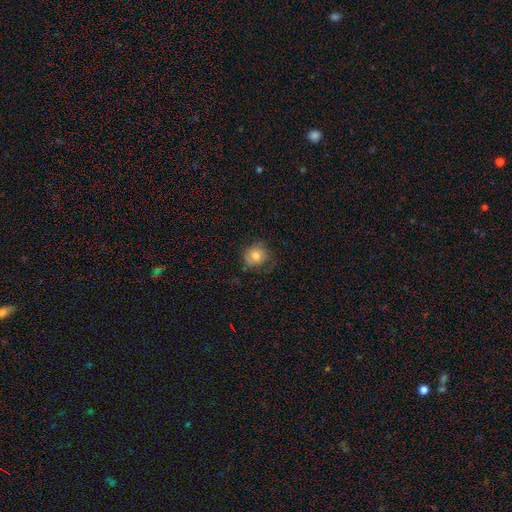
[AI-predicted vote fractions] smooth-or-featured: smooth: 72% | featured or disk: 19% | star or artifact: 10%
  how-rounded: round: 77% | in between: 22% | cigar-shaped: 1%
  merging: none: 63% | minor disturbance: 24% | major disturbance: 12% | merger: 1%